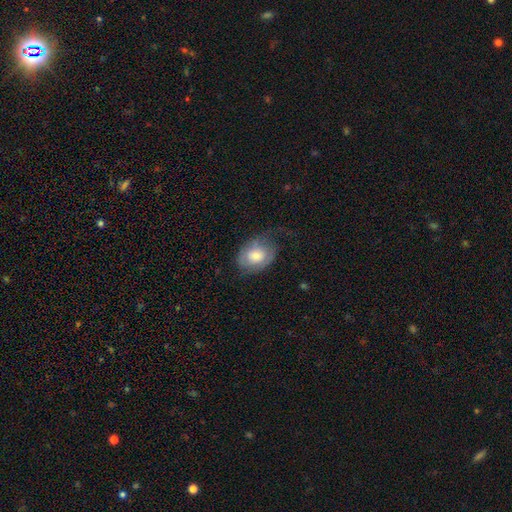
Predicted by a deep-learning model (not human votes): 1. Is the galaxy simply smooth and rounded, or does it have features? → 54% smooth, 39% featured or disk, 7% star or artifact.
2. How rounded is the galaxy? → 73% in between, 26% round, 1% cigar-shaped.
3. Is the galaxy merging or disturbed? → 46% none, 29% minor disturbance, 24% major disturbance, 1% merger.